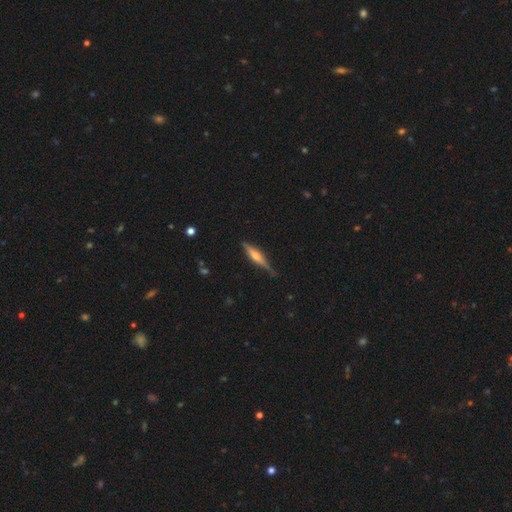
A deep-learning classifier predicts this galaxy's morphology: Q: Smooth or featured?
A: featured or disk (66%); runner-up: smooth (28%)
Q: Edge-on disk?
A: yes (96%); runner-up: no (4%)
Q: Edge-on bulge?
A: rounded (79%); runner-up: boxy (13%)
Q: Merging?
A: none (77%); runner-up: minor disturbance (18%)